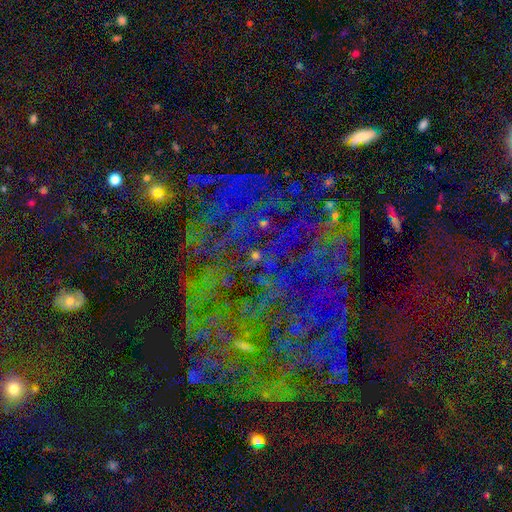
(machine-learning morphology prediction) Q: Smooth or featured?
A: star or artifact (76%); runner-up: smooth (14%)